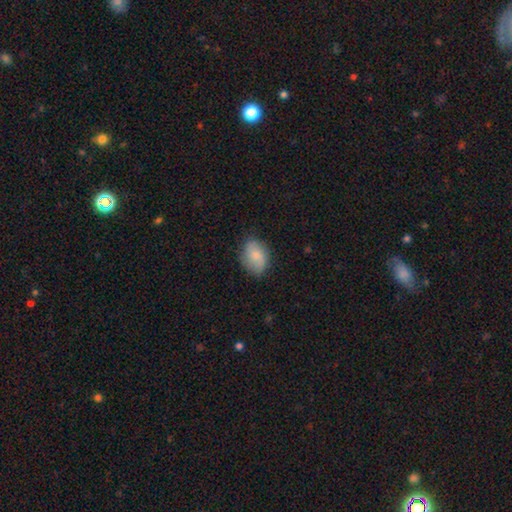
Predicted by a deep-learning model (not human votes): A smooth galaxy with no disk features (74%) that is in between round and cigar-shaped (75%). Merging: none (77%).